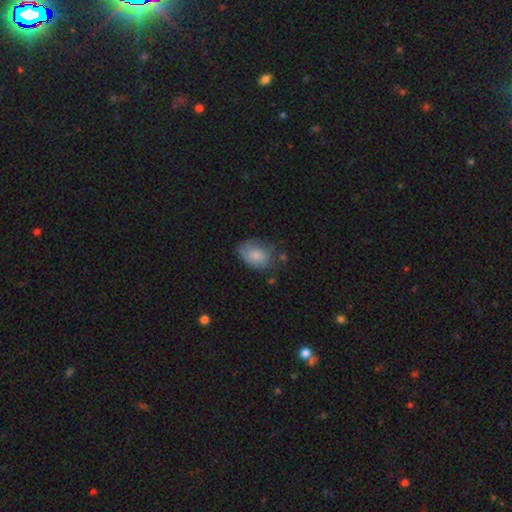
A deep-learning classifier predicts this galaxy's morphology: Smooth or featured: smooth — 80% (featured or disk — 13%)
How rounded: in between — 81% (round — 18%)
Merging: none — 57% (minor disturbance — 30%)